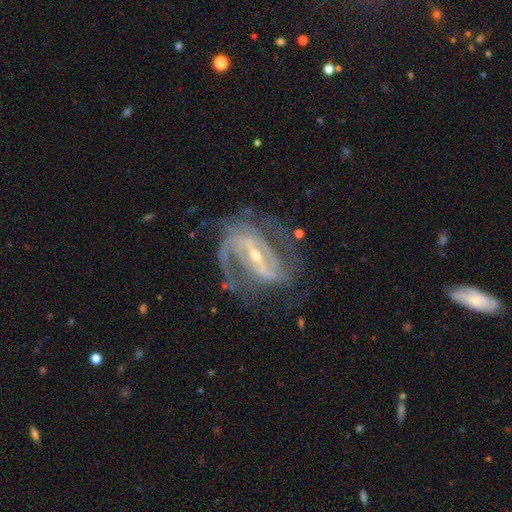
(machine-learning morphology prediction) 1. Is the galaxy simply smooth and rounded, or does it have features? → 91% featured or disk, 6% star or artifact, 3% smooth.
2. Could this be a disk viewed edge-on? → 95% no, 5% yes.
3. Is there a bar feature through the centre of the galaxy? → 71% strong, 23% weak, 7% no.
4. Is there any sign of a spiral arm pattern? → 97% yes, 3% no.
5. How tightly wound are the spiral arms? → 48% medium, 37% tight, 15% loose.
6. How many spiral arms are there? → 52% 2, 20% 3, 13% can't tell, 6% 4, 5% 1, 4% more than 4.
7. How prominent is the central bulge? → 62% small, 34% moderate, 2% large, 1% none, 1% dominant.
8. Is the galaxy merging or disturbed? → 63% none, 19% minor disturbance, 16% major disturbance, 2% merger.